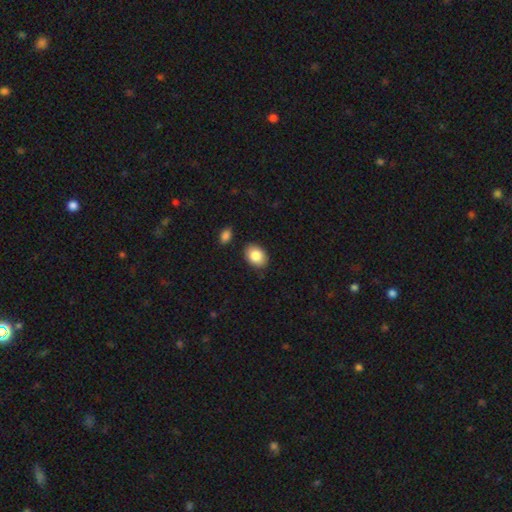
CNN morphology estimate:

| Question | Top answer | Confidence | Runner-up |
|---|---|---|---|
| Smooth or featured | smooth | 85% | star or artifact (7%) |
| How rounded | in between | 74% | round (25%) |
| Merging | none | 85% | minor disturbance (10%) |